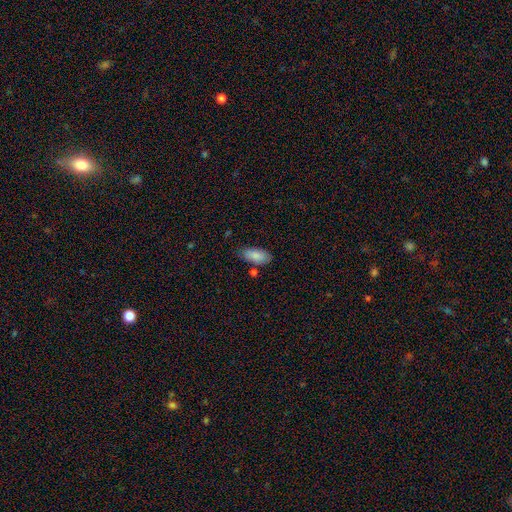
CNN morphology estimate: Smooth or featured: smooth — 86% (featured or disk — 8%)
How rounded: in between — 89% (cigar-shaped — 9%)
Merging: none — 76% (minor disturbance — 16%)